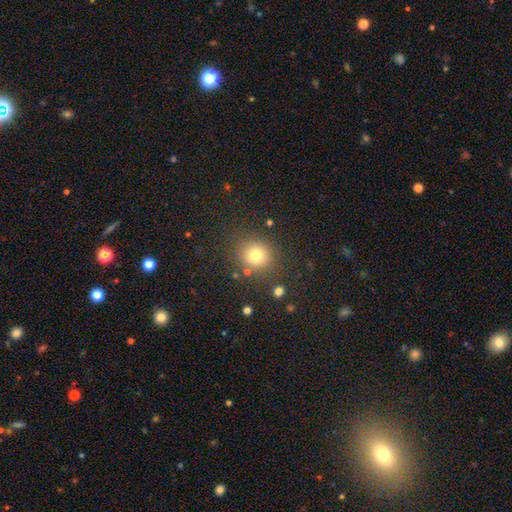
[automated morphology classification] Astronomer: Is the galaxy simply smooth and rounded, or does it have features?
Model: smooth — 77%.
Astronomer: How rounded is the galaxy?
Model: round — 88%.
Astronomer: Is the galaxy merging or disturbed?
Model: none — 84%.